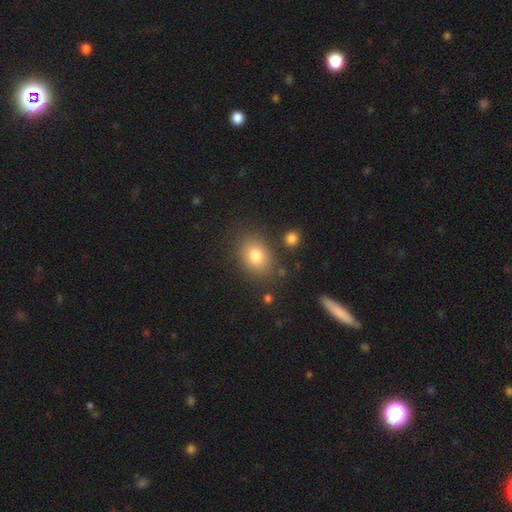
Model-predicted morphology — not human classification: smooth 79%, star or artifact 11%, featured or disk 10%. Down the decision tree: how rounded — in between (56%); merging — none (81%).